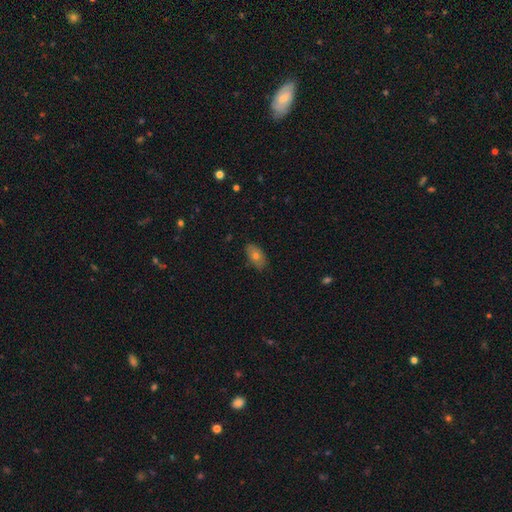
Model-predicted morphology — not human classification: Smooth or featured: smooth — 67% (featured or disk — 24%)
How rounded: in between — 91% (round — 7%)
Merging: none — 80% (minor disturbance — 17%)